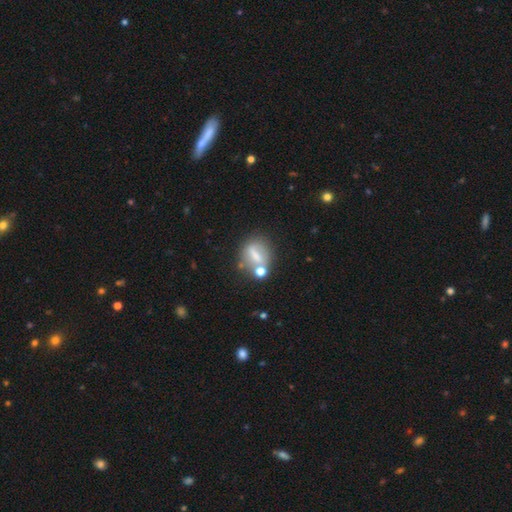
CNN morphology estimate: Smooth or featured? Predicted: smooth (p=0.52). How rounded? Predicted: round (p=0.44). Merging? Predicted: none (p=0.52).